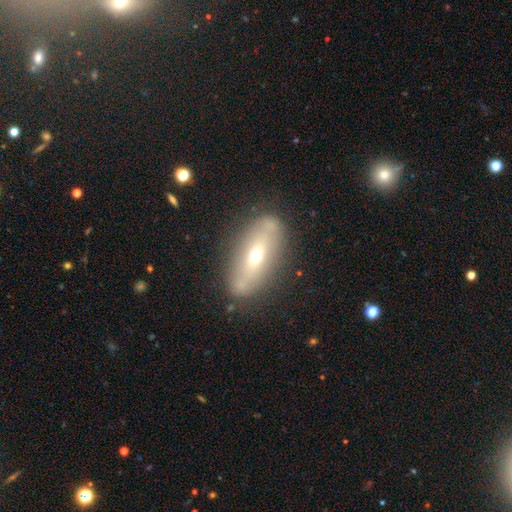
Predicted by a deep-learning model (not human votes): Smooth or featured: featured or disk — 61% (smooth — 31%)
Edge-on disk: no — 72% (yes — 28%)
Merging: none — 81% (minor disturbance — 13%)